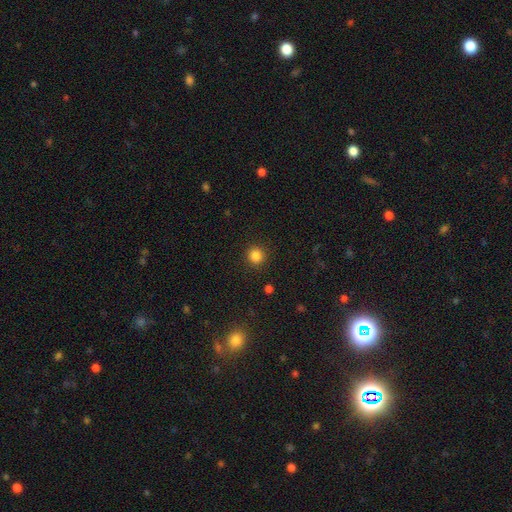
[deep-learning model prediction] The model was most divided on "smooth or featured": smooth: 85%, star or artifact: 12%, featured or disk: 4%. More confident: how rounded — round (93%); merging — none (91%).